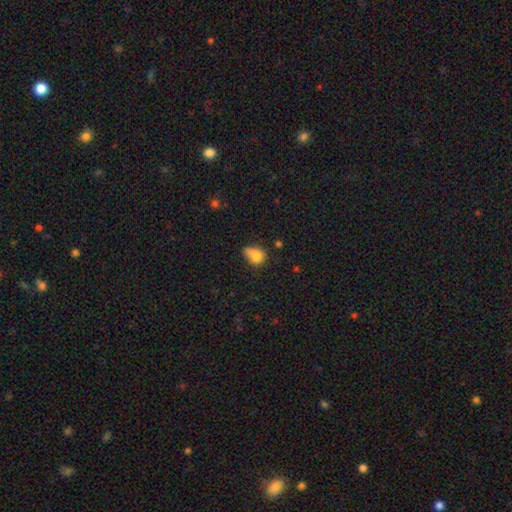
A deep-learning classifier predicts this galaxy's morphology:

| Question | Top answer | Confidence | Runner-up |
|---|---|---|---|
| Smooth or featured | smooth | 78% | featured or disk (11%) |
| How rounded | in between | 61% | round (37%) |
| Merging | minor disturbance | 34% | tied: none (34%) |